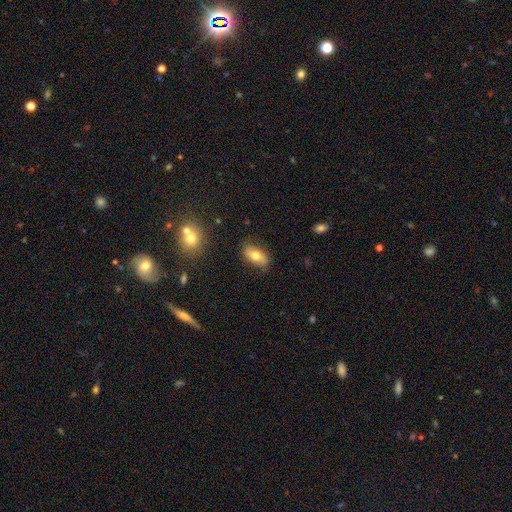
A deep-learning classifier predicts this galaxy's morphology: The model was most divided on "smooth or featured": smooth: 69%, featured or disk: 23%, star or artifact: 8%. More confident: how rounded — in between (90%); merging — none (82%).